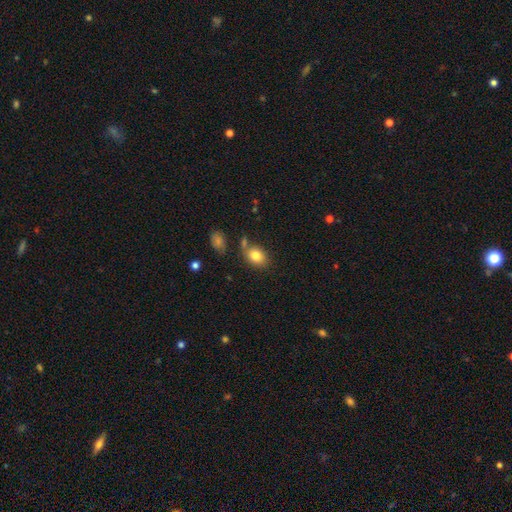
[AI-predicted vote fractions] smooth 81%, featured or disk 10%, star or artifact 9%. Down the decision tree: how rounded — in between (69%); merging — none (68%).